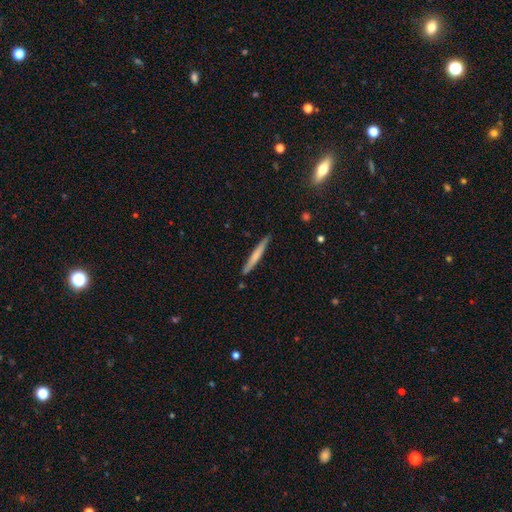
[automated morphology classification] Overall: smooth (59%; featured or disk 36%). How rounded: cigar-shaped (96%). Merging: none (87%).